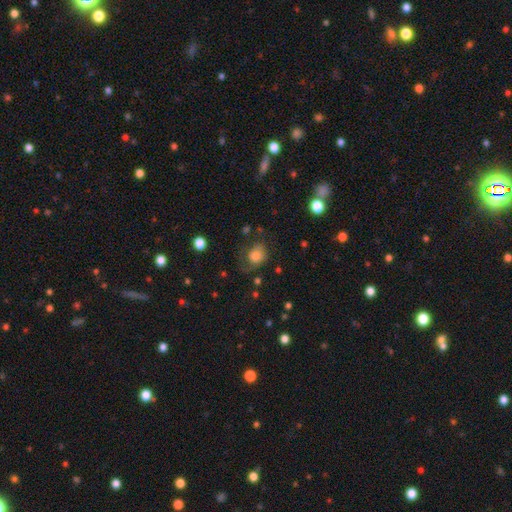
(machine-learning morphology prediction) A smooth galaxy with no disk features (75%) that is round (61%). Merging: none (52%).